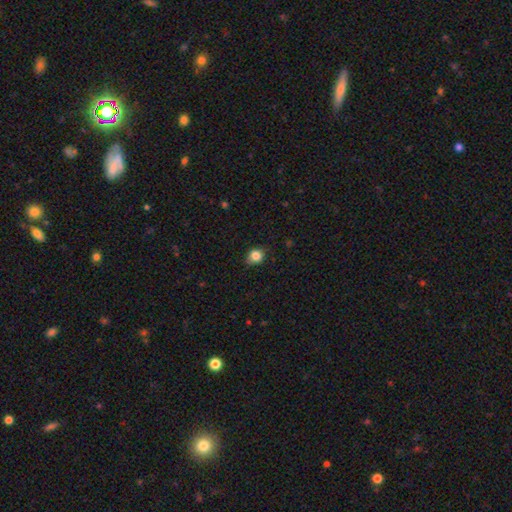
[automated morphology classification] Smooth or featured: smooth — 83% (star or artifact — 11%)
How rounded: round — 68% (in between — 31%)
Merging: none — 75% (minor disturbance — 21%)